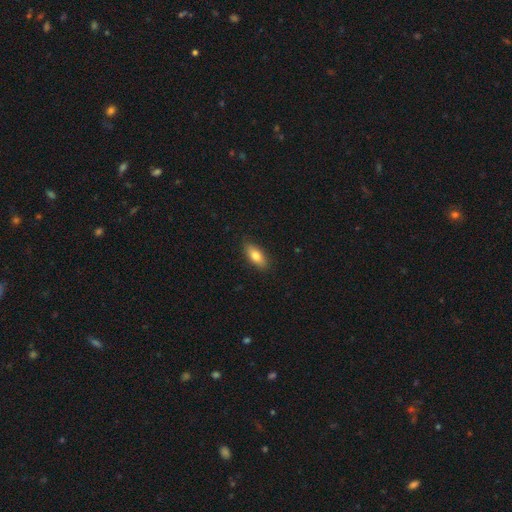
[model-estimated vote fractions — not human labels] smooth-or-featured: smooth: 76% | featured or disk: 17% | star or artifact: 7%
  how-rounded: in between: 81% | cigar-shaped: 15% | round: 3%
  merging: none: 87% | minor disturbance: 10% | major disturbance: 2% | merger: 1%